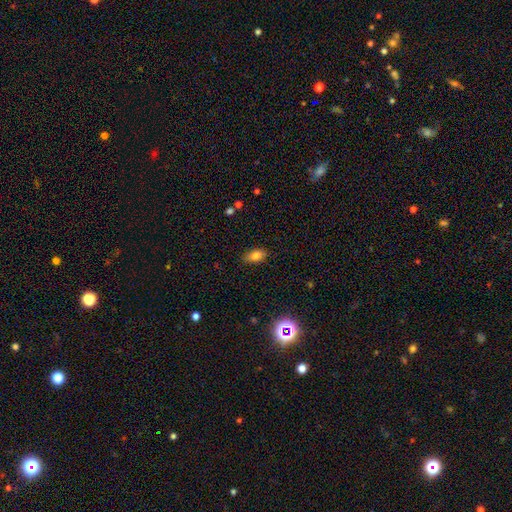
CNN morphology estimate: Smooth or featured?
  - smooth: 80% *
  - star or artifact: 11%
  - featured or disk: 8%
How rounded?
  - in between: 87% *
  - round: 9%
  - cigar-shaped: 4%
Merging?
  - none: 84% *
  - minor disturbance: 12%
  - major disturbance: 3%
  - merger: 1%